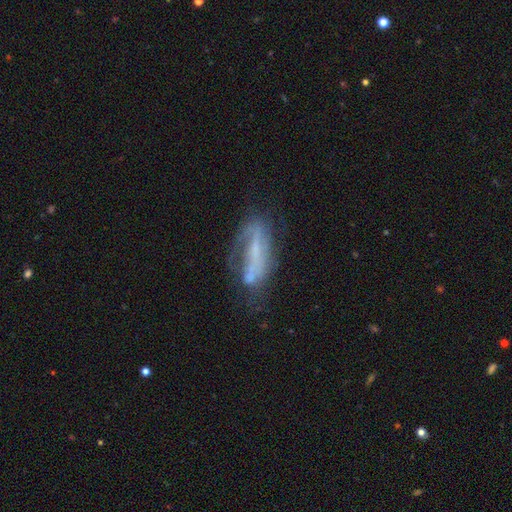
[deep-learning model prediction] Smooth or featured?
  - featured or disk: 60% *
  - smooth: 29%
  - star or artifact: 11%
Edge-on disk?
  - no: 79% *
  - yes: 21%
Merging?
  - none: 45% *
  - minor disturbance: 26%
  - major disturbance: 22%
  - merger: 7%